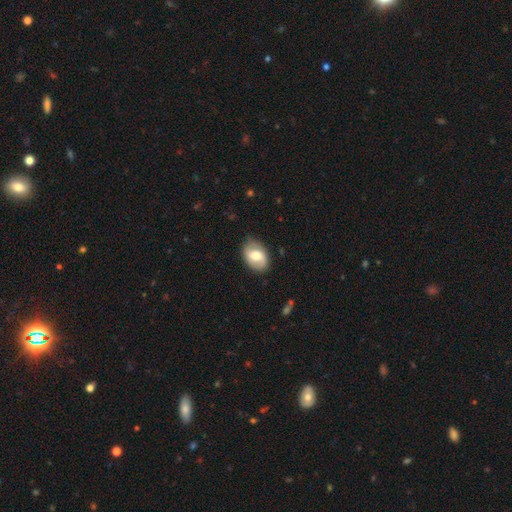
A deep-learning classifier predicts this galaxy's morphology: A smooth galaxy with no disk features (53%) that is in between round and cigar-shaped (79%).

Vote fractions:
- Smooth or featured? smooth: 53% / featured or disk: 41% / star or artifact: 6%
- How rounded? in between: 79% / round: 20% / cigar-shaped: 1%
- Merging? none: 81% / minor disturbance: 15% / major disturbance: 4% / merger: 1%